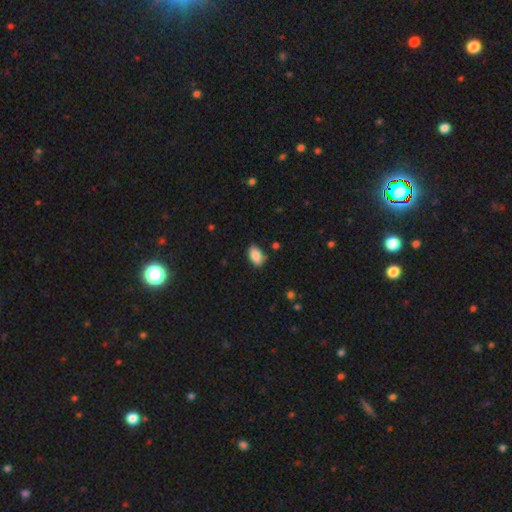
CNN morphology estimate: Q: Smooth or featured?
A: smooth (87%); runner-up: star or artifact (7%)
Q: How rounded?
A: in between (93%); runner-up: round (5%)
Q: Merging?
A: none (81%); runner-up: minor disturbance (14%)